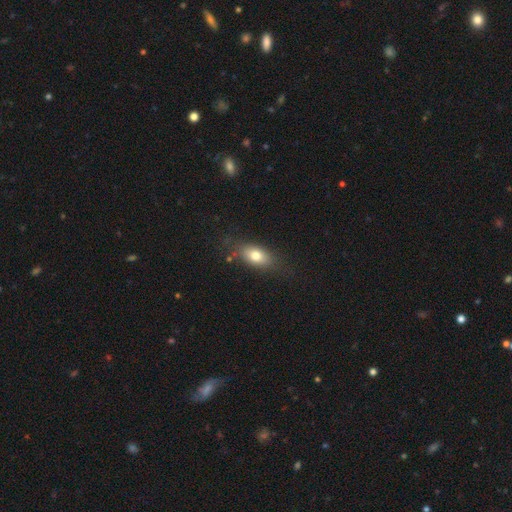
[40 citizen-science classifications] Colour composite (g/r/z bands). It shows a smooth galaxy with no disk features (70%) that is in between round and cigar-shaped (79%). Merging: none (74%).